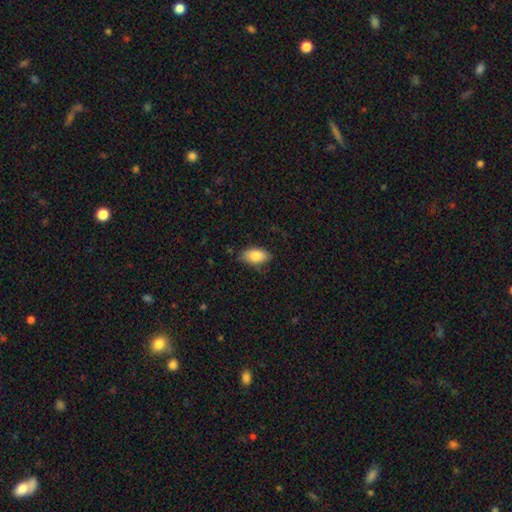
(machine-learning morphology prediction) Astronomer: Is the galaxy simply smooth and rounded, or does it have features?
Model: smooth — 84%.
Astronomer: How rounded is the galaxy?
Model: in between — 92%.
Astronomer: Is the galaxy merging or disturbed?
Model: none — 76%.